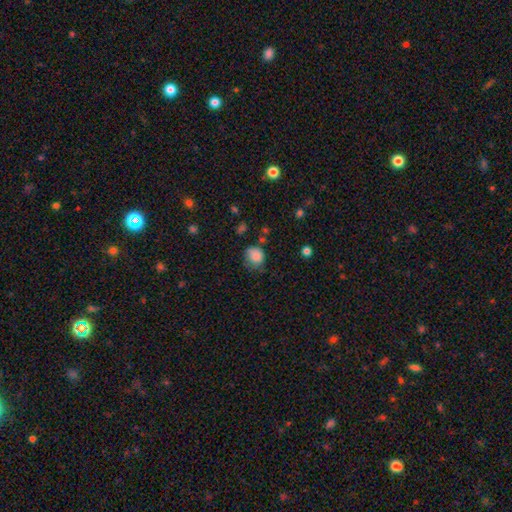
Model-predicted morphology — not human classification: smooth 83%, star or artifact 10%, featured or disk 7%. Down the decision tree: how rounded — round (67%); merging — none (51%).